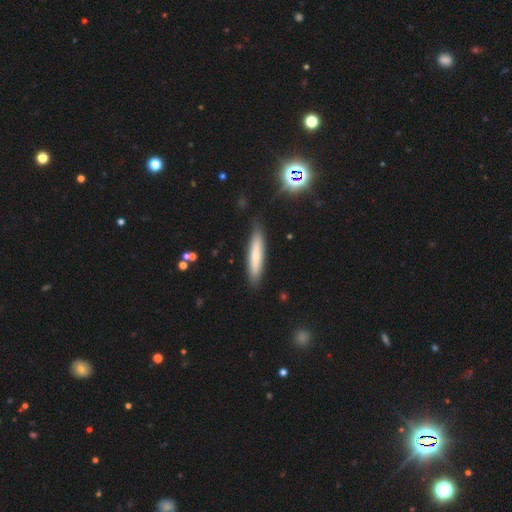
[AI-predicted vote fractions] Q: Smooth or featured?
A: smooth (71%); runner-up: featured or disk (22%)
Q: How rounded?
A: cigar-shaped (87%); runner-up: in between (12%)
Q: Merging?
A: none (85%); runner-up: minor disturbance (11%)